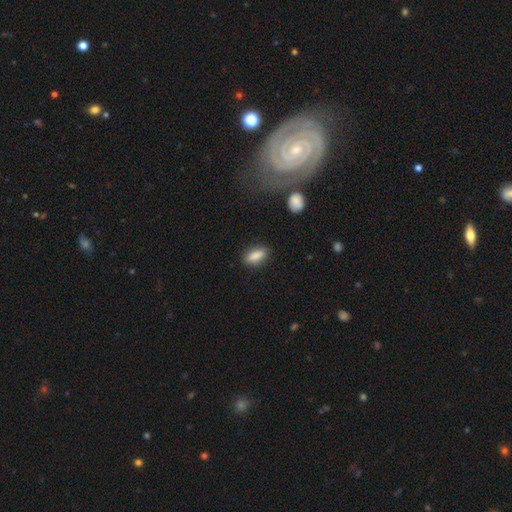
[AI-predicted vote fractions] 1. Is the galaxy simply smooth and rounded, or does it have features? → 84% smooth, 9% featured or disk, 7% star or artifact.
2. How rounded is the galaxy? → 76% in between, 20% cigar-shaped, 4% round.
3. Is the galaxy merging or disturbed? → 85% none, 11% minor disturbance, 3% major disturbance, 2% merger.